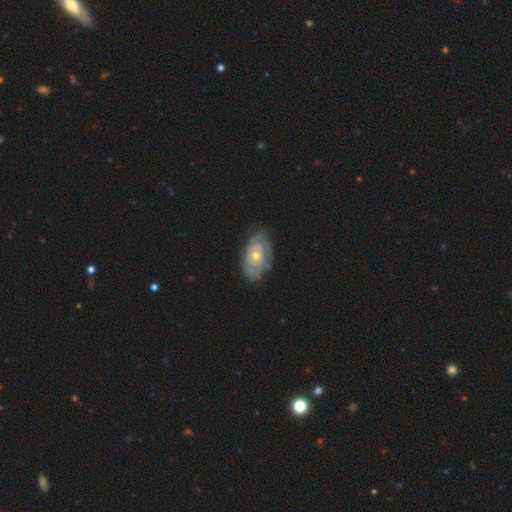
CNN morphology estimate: A featured or disk galaxy (70%) with no bar (85%), spiral arms (67%) and a moderate central bulge (56%). Merging: none (71%).